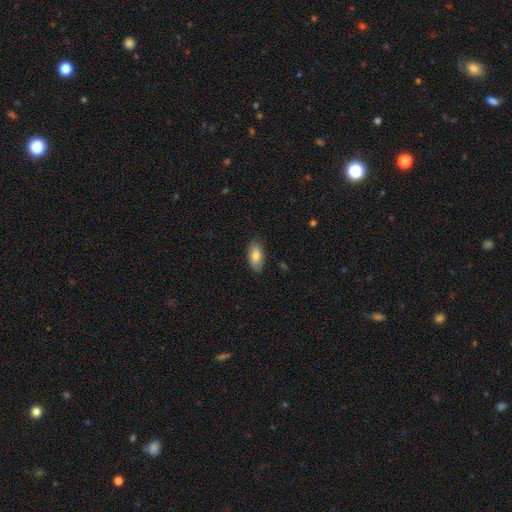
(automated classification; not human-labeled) This is clearly a smooth galaxy (81%). How rounded: clearly in between (92%). Merging: clearly none (83%).